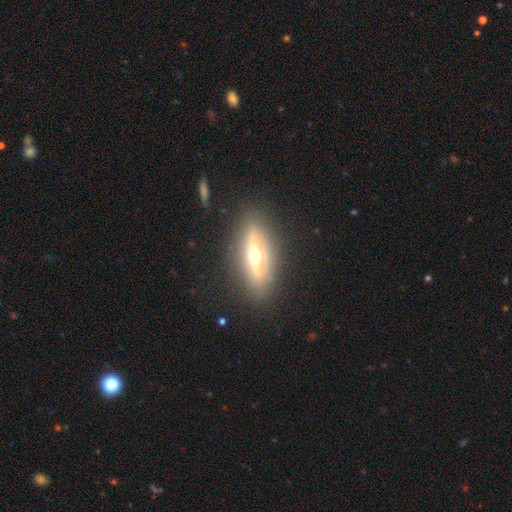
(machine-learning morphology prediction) Smooth or featured? Predicted: featured or disk (p=0.66). Edge-on disk? Predicted: yes (p=0.76). Edge-on bulge? Predicted: rounded (p=0.92). Merging? Predicted: none (p=0.85).